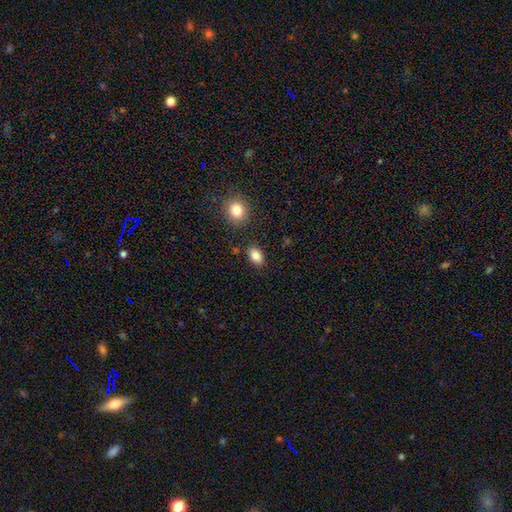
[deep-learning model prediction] Q: Smooth or featured?
A: smooth (86%); runner-up: star or artifact (9%)
Q: How rounded?
A: in between (86%); runner-up: round (12%)
Q: Merging?
A: none (84%); runner-up: minor disturbance (10%)